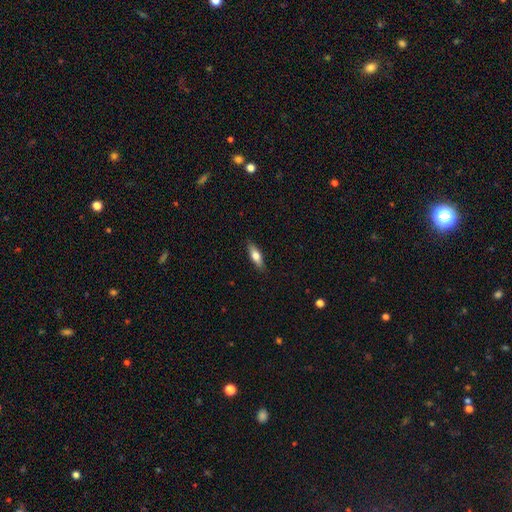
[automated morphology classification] A smooth galaxy with no disk features (66%) that is in between round and cigar-shaped (56%).

Vote fractions:
- Smooth or featured? smooth: 66% / featured or disk: 28% / star or artifact: 6%
- How rounded? in between: 56% / cigar-shaped: 42% / round: 3%
- Merging? none: 88% / minor disturbance: 9% / major disturbance: 2% / merger: 1%